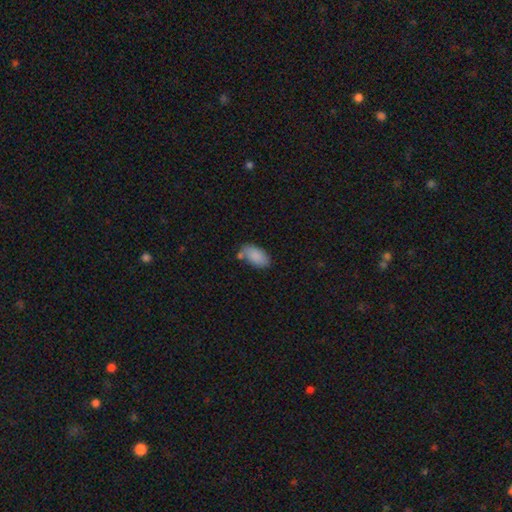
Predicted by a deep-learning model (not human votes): Smooth or featured?
  - smooth: 87% *
  - star or artifact: 7%
  - featured or disk: 7%
How rounded?
  - in between: 94% *
  - round: 3%
  - cigar-shaped: 3%
Merging?
  - none: 67% *
  - minor disturbance: 18%
  - merger: 11%
  - major disturbance: 4%